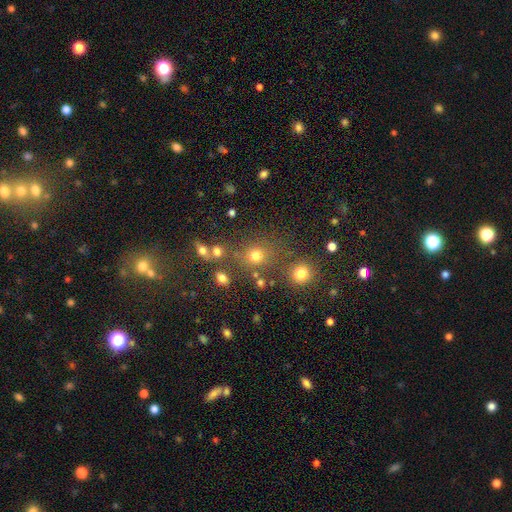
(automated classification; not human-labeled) smooth_or_featured: smooth (p=0.71) [alt: star or artifact p=0.21]
how_rounded: round (p=0.80) [alt: in between p=0.19]
merging: none (p=0.68) [alt: merger p=0.15]